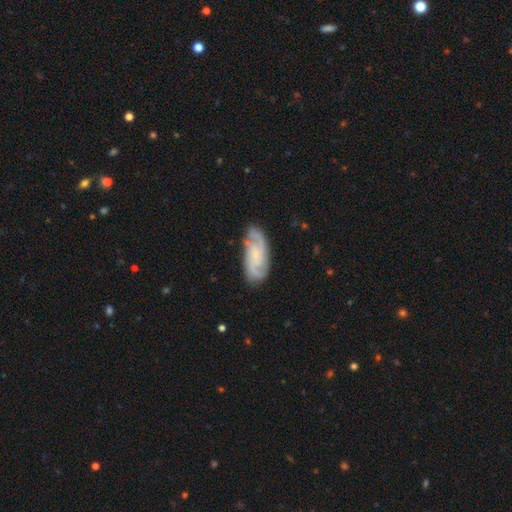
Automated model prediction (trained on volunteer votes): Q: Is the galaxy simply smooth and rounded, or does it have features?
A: featured or disk — 83%.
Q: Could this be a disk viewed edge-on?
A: no — 96%.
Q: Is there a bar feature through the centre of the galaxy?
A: no — 64%.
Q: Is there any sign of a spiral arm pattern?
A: yes — 97%.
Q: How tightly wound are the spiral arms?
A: medium — 45%.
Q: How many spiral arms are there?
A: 2 — 37%.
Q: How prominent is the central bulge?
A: small — 73%.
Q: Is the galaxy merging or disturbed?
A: none — 77%.